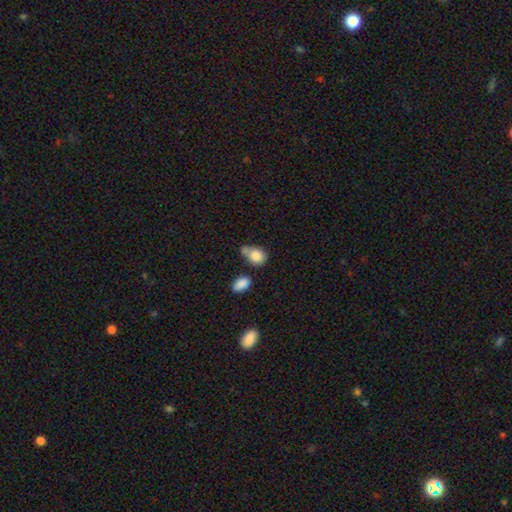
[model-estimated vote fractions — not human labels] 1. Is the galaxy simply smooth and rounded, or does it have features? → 84% smooth, 8% star or artifact, 8% featured or disk.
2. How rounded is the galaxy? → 54% in between, 45% round, 2% cigar-shaped.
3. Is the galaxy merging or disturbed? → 35% none, 33% merger, 22% minor disturbance, 10% major disturbance.